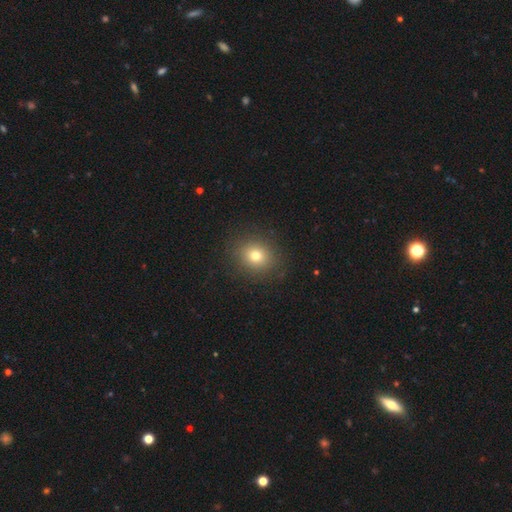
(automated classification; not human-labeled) Smooth or featured? smooth (76%)
How rounded? round (78%)
Merging? none (89%)